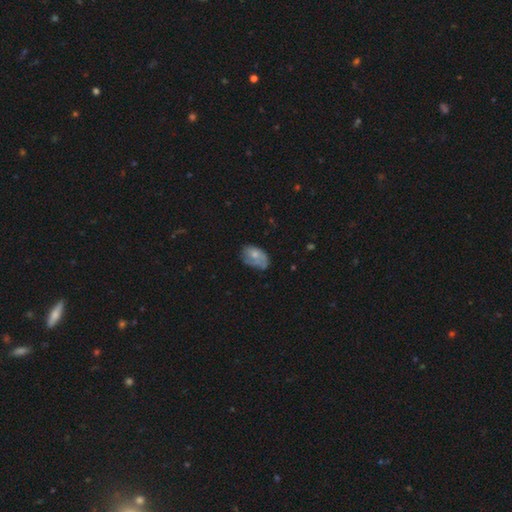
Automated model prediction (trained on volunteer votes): Morphology: type=smooth (51%); roundness=in between (87%); merging=none (47%).